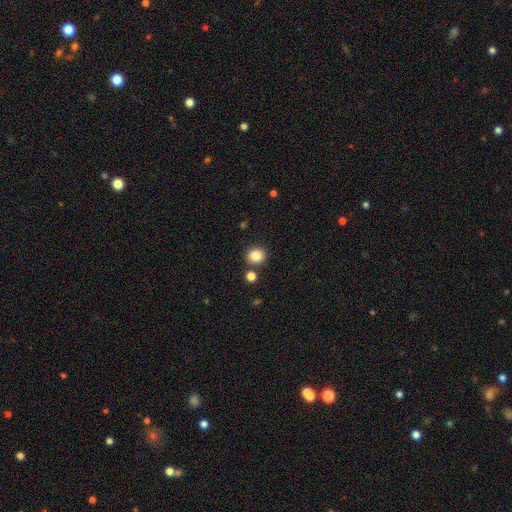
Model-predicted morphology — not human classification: Q: Smooth or featured?
A: smooth (85%); runner-up: star or artifact (10%)
Q: How rounded?
A: round (86%); runner-up: in between (13%)
Q: Merging?
A: none (83%); runner-up: merger (7%)